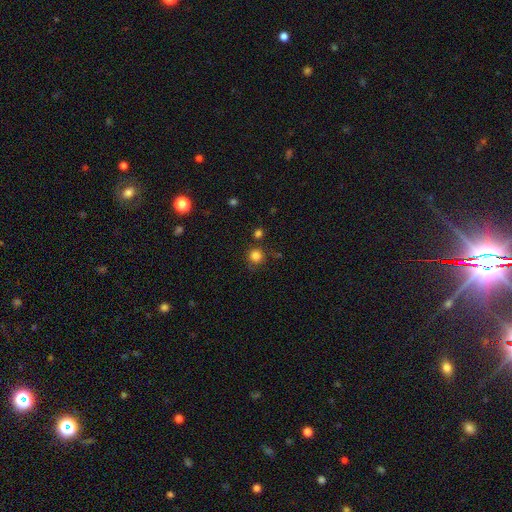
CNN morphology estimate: Smooth or featured?
  - smooth: 82% *
  - star or artifact: 13%
  - featured or disk: 5%
How rounded?
  - round: 94% *
  - in between: 5%
  - cigar-shaped: 1%
Merging?
  - none: 78% *
  - minor disturbance: 11%
  - merger: 6%
  - major disturbance: 4%